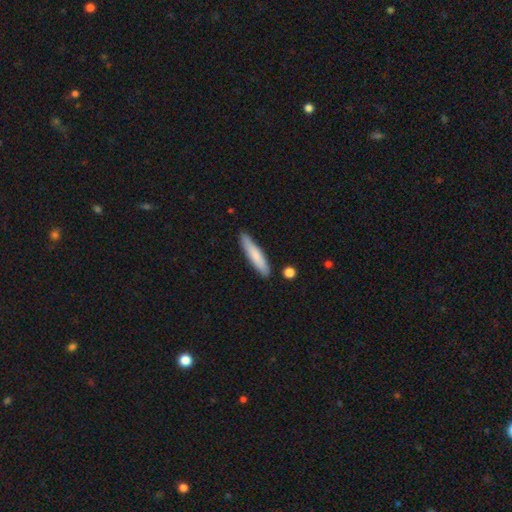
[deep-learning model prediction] smooth-or-featured: smooth: 78% | featured or disk: 16% | star or artifact: 6%
  how-rounded: cigar-shaped: 87% | in between: 11% | round: 1%
  merging: none: 85% | minor disturbance: 10% | merger: 3% | major disturbance: 2%